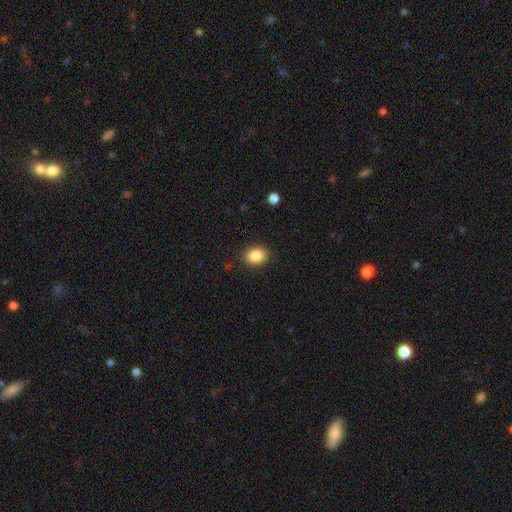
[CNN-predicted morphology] Overall: smooth (85%). How rounded: round (51%; in between 48%). Merging: none (89%).